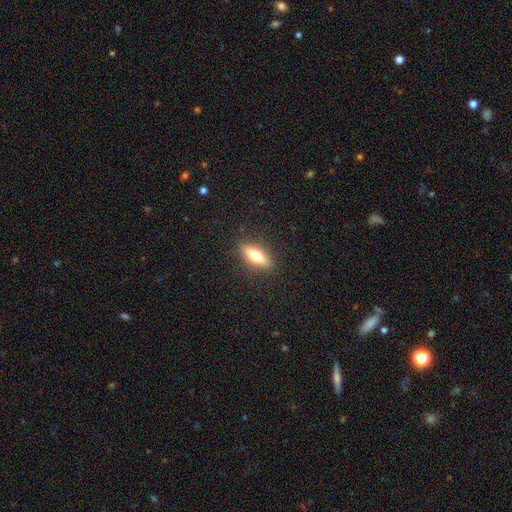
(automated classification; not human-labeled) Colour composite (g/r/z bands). It shows a smooth galaxy with no disk features (64%) that is in between round and cigar-shaped (59%). Merging: none (88%).